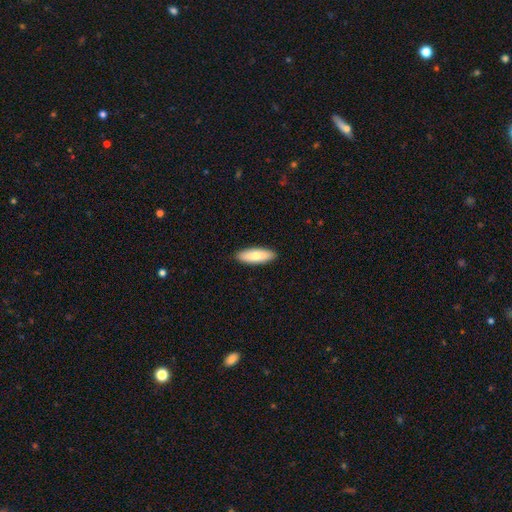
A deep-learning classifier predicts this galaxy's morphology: type=smooth (75%); roundness=in between (61%); merging=none (91%).